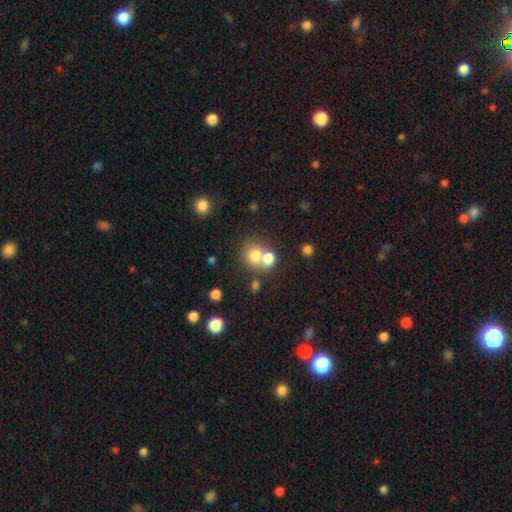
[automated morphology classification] This is likely a smooth galaxy (74%). How rounded: likely round (77%). Merging: possibly merger (49%).